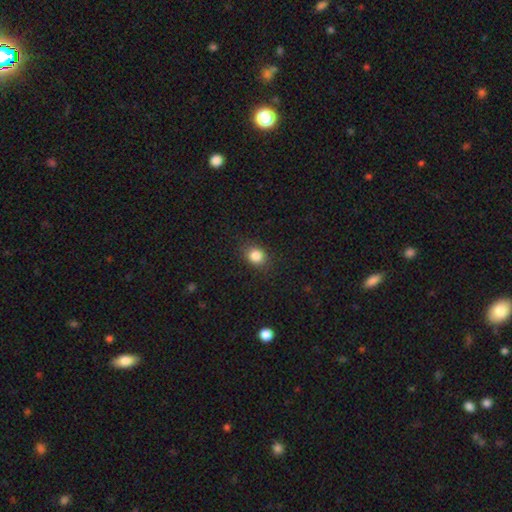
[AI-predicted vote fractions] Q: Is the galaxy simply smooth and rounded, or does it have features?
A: smooth — 84%.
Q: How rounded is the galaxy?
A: round — 64%.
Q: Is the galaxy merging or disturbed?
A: none — 86%.